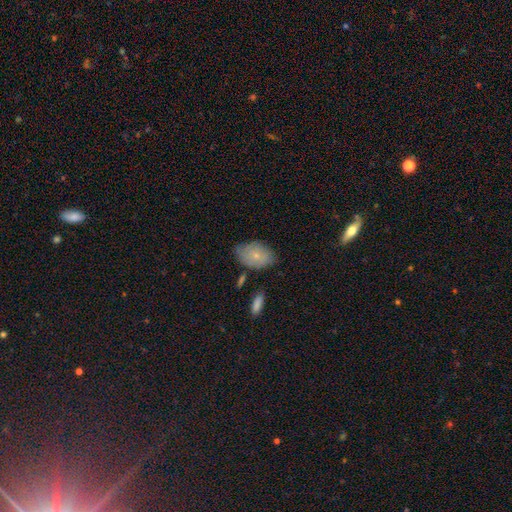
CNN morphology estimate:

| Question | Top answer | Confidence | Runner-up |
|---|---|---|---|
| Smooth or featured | smooth | 70% | featured or disk (23%) |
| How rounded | in between | 84% | round (14%) |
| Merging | none | 65% | minor disturbance (26%) |